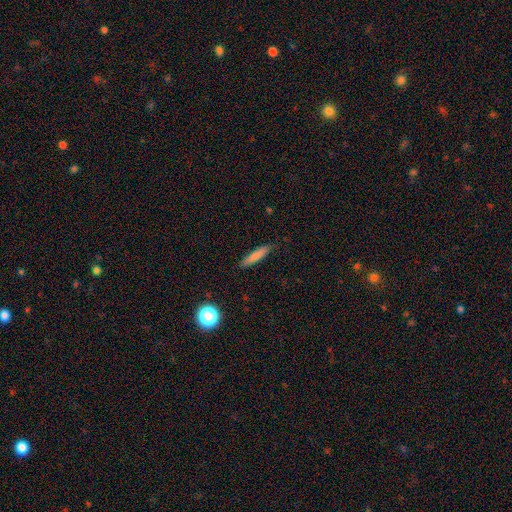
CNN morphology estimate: A smooth galaxy with no disk features (78%) that is cigar-shaped (88%).

Vote fractions:
- Smooth or featured? smooth: 78% / featured or disk: 14% / star or artifact: 7%
- How rounded? cigar-shaped: 88% / in between: 11% / round: 1%
- Merging? none: 85% / minor disturbance: 12% / major disturbance: 2% / merger: 1%